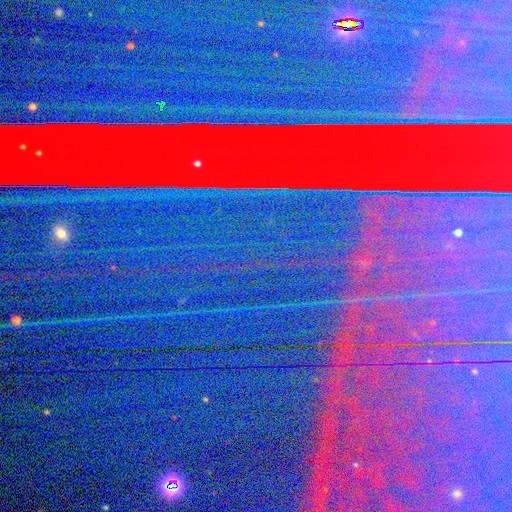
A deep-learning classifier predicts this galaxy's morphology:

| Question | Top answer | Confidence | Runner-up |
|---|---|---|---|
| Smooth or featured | star or artifact | 89% | featured or disk (6%) |